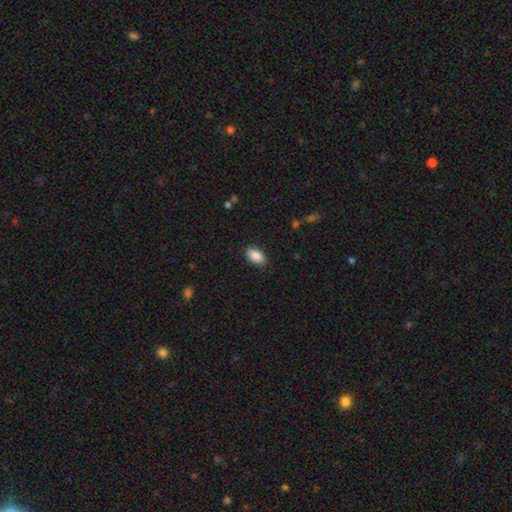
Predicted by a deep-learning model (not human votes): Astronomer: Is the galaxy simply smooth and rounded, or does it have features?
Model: smooth — 89%.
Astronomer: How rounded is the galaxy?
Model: in between — 93%.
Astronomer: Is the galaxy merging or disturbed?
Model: none — 88%.